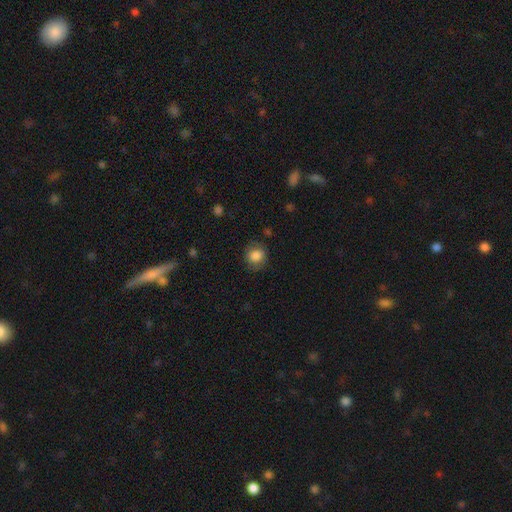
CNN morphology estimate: type=smooth (83%); roundness=round (80%); merging=none (77%).